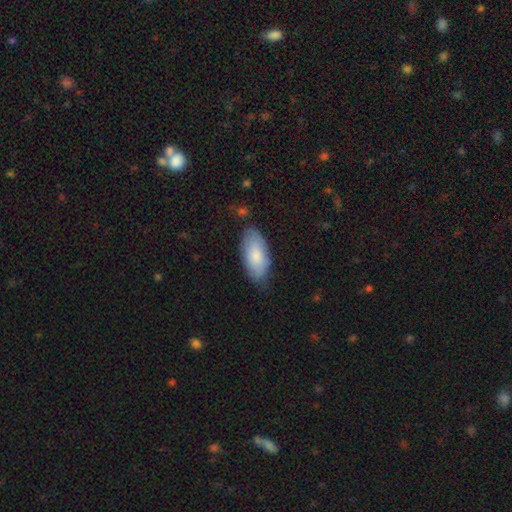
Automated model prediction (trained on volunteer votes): Q: Smooth or featured?
A: smooth (81%); runner-up: featured or disk (14%)
Q: How rounded?
A: in between (90%); runner-up: cigar-shaped (8%)
Q: Merging?
A: none (76%); runner-up: minor disturbance (19%)